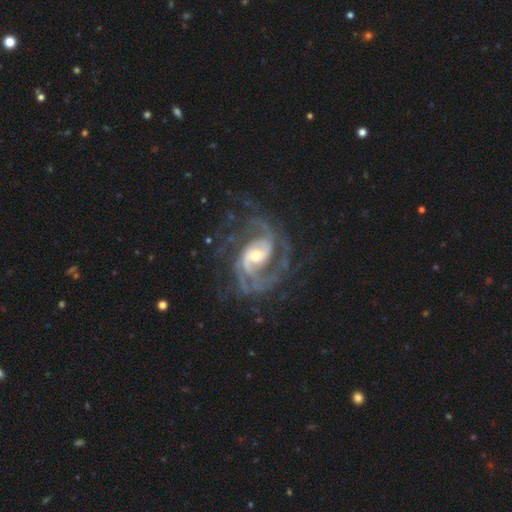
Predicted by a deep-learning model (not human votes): smooth_or_featured: featured or disk (p=0.93) [alt: star or artifact p=0.04]
disk_edge_on: no (p=0.98) [alt: yes p=0.02]
bar: no (p=0.41) [alt: weak p=0.40]
has_spiral_arms: yes (p=0.98) [alt: no p=0.02]
spiral_winding: medium (p=0.50) [alt: tight p=0.37]
spiral_arm_count: 2 (p=0.54) [alt: 3 p=0.18]
bulge_size: moderate (p=0.57) [alt: small p=0.35]
merging: none (p=0.65) [alt: minor disturbance p=0.17]